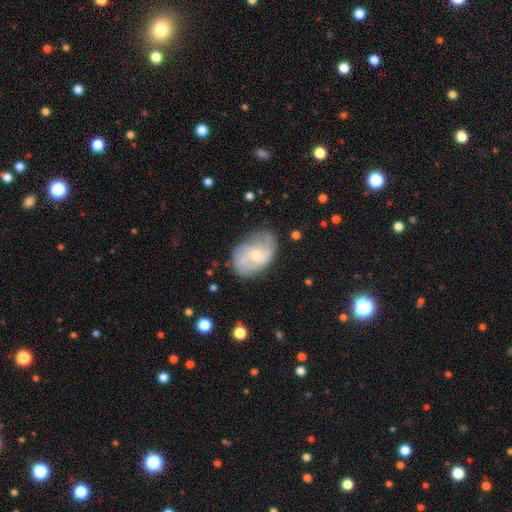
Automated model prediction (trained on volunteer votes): A featured or disk galaxy (74%) with no bar (50%), 2 (52%) medium (43%) spiral arms (86%) and a small central bulge (51%). Merging: none (64%).